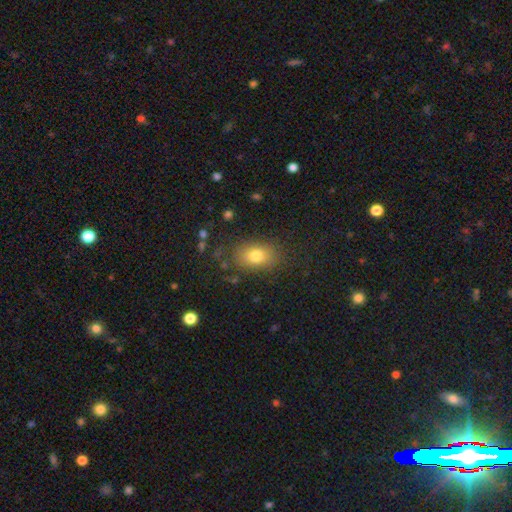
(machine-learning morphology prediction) Q: Smooth or featured?
A: smooth (78%); runner-up: star or artifact (11%)
Q: How rounded?
A: in between (79%); runner-up: round (19%)
Q: Merging?
A: none (81%); runner-up: minor disturbance (13%)